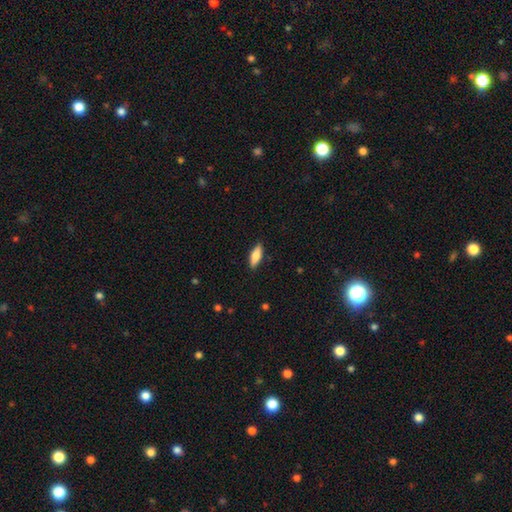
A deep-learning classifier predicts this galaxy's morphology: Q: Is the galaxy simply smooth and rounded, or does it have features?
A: smooth — 80%.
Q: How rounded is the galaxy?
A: in between — 62%.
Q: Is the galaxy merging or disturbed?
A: none — 88%.